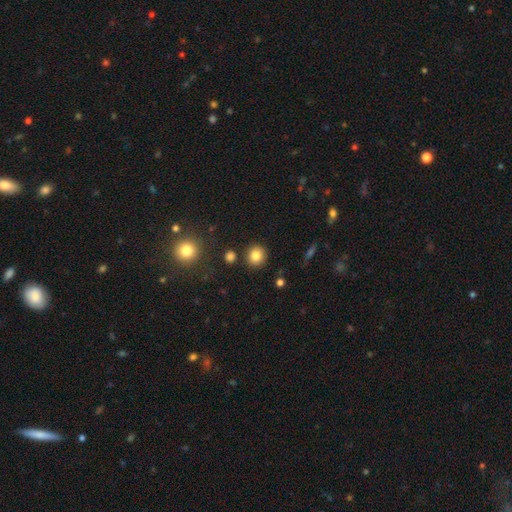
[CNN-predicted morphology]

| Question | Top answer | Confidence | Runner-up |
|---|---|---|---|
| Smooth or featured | smooth | 83% | star or artifact (11%) |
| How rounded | round | 89% | in between (10%) |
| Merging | none | 88% | minor disturbance (6%) |